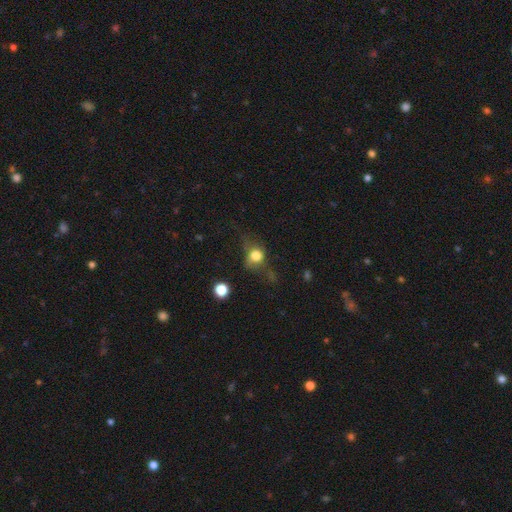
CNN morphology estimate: Overall: smooth (67%). How rounded: round (67%; in between 31%). Merging: none (40%; major disturbance 31%).